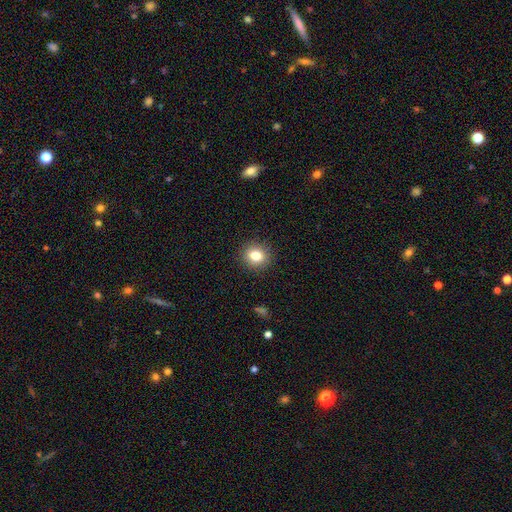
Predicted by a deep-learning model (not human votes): Q: Smooth or featured?
A: smooth (82%); runner-up: star or artifact (11%)
Q: How rounded?
A: round (74%); runner-up: in between (25%)
Q: Merging?
A: none (90%); runner-up: minor disturbance (7%)